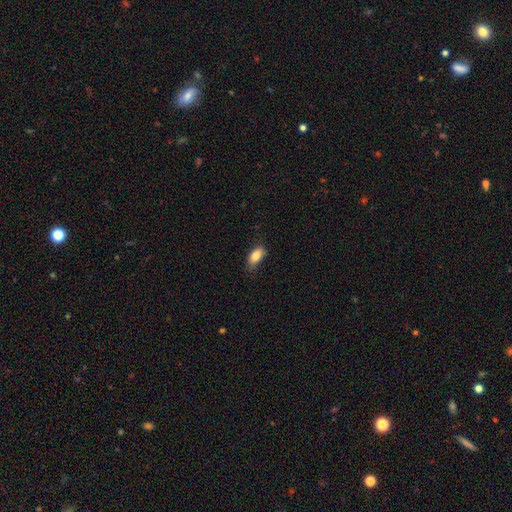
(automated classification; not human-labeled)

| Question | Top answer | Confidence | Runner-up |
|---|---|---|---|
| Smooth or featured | smooth | 84% | featured or disk (9%) |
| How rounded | in between | 87% | cigar-shaped (8%) |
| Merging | none | 69% | minor disturbance (24%) |